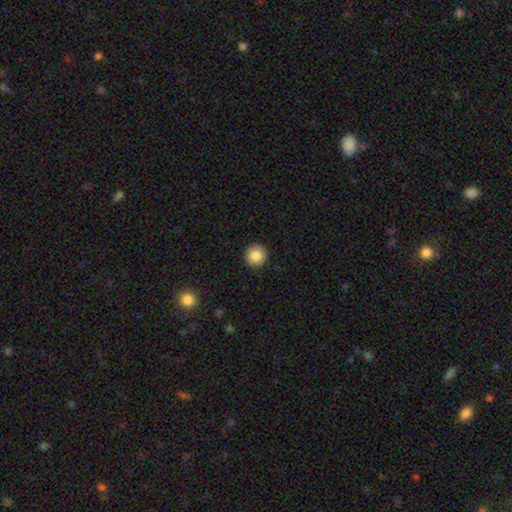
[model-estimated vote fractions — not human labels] A smooth galaxy with no disk features (83%) that is round (94%).

Vote fractions:
- Smooth or featured? smooth: 83% / star or artifact: 9% / featured or disk: 8%
- How rounded? round: 94% / in between: 5% / cigar-shaped: 1%
- Merging? none: 92% / minor disturbance: 6% / major disturbance: 2% / merger: 1%